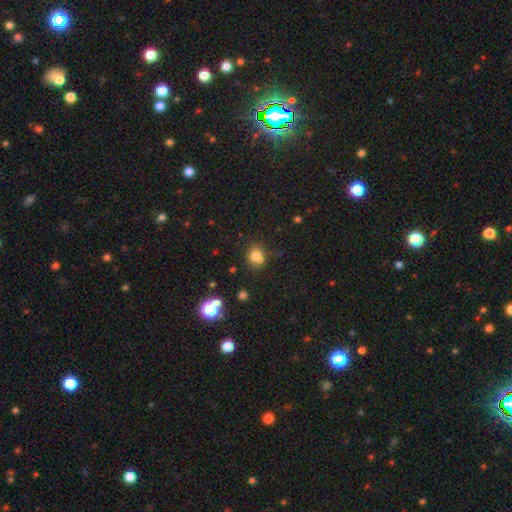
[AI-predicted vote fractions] The model was most divided on "merging": none: 56%, merger: 29%, minor disturbance: 11%, major disturbance: 4%. More confident: how rounded — round (77%); smooth or featured — smooth (73%).